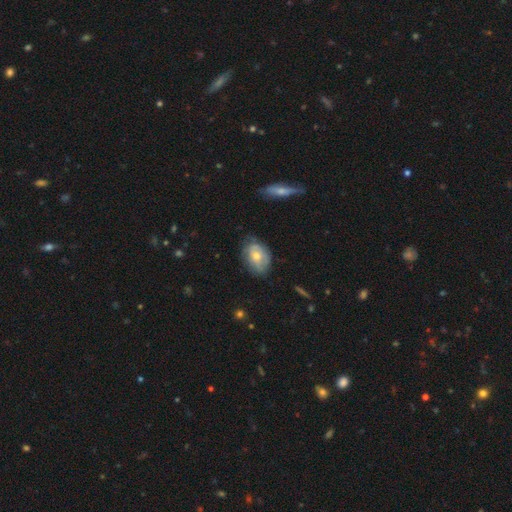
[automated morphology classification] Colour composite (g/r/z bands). It shows a smooth galaxy with no disk features (54%) that is in between round and cigar-shaped (78%). Merging: none (67%).